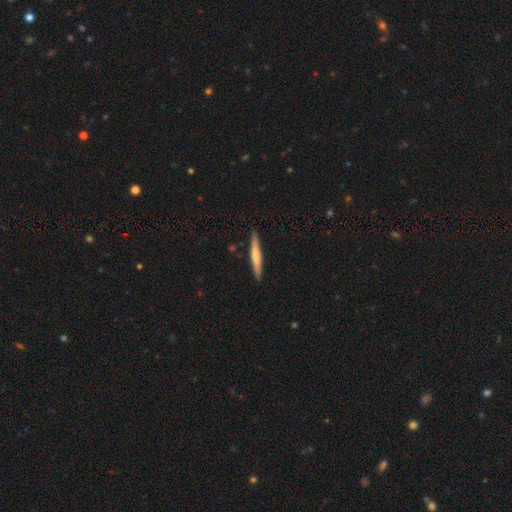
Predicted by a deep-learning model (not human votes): Smooth or featured? smooth (55%)
How rounded? cigar-shaped (95%)
Merging? none (90%)